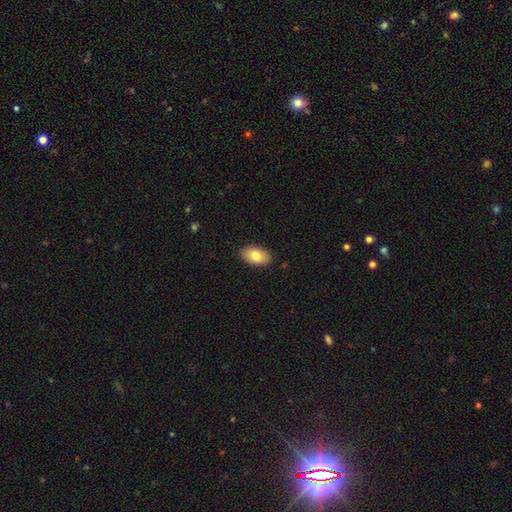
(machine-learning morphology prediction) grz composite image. It shows a smooth galaxy with no disk features (80%) that is in between round and cigar-shaped (92%). Merging: none (89%).